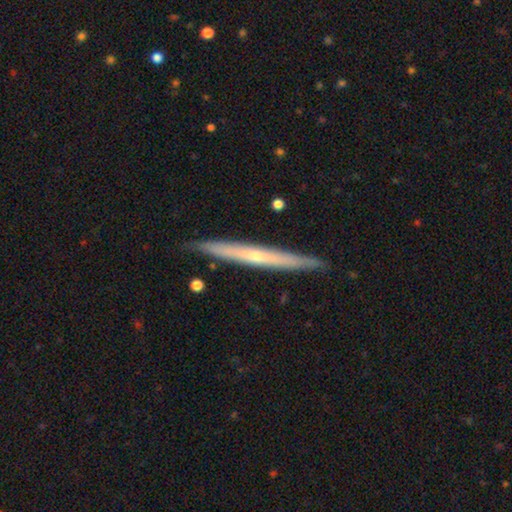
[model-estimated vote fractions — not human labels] The model was most divided on "edge-on bulge": none: 51%, rounded: 46%, boxy: 3%. More confident: edge-on disk — yes (96%); merging — none (89%); smooth or featured — featured or disk (64%).